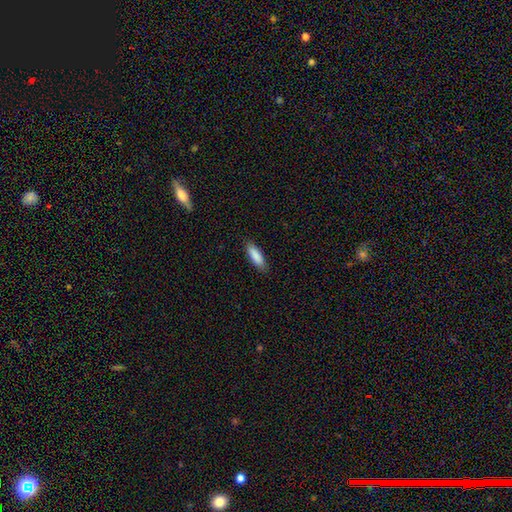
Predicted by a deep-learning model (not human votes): A smooth galaxy with no disk features (88%) that is cigar-shaped (51%).

Vote fractions:
- Smooth or featured? smooth: 88% / featured or disk: 6% / star or artifact: 6%
- How rounded? cigar-shaped: 51% / in between: 48% / round: 1%
- Merging? none: 87% / minor disturbance: 10% / major disturbance: 2% / merger: 1%